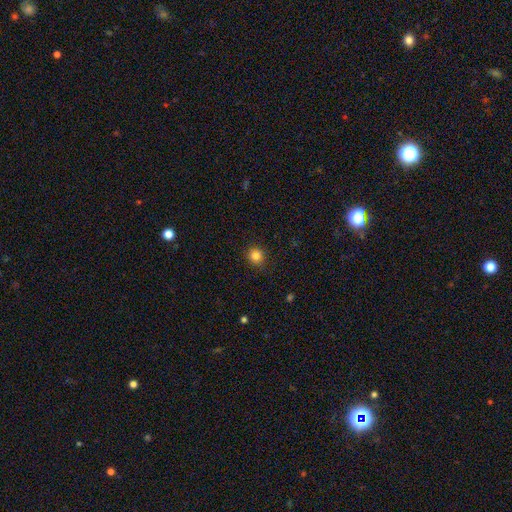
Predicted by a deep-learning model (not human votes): Overall: smooth (85%). How rounded: round (91%). Merging: none (91%).